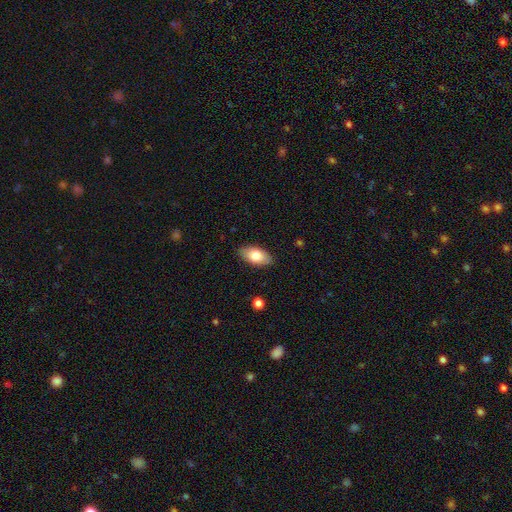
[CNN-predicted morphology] smooth-or-featured: smooth: 78% | featured or disk: 15% | star or artifact: 6%
  how-rounded: in between: 93% | cigar-shaped: 4% | round: 3%
  merging: none: 87% | minor disturbance: 10% | major disturbance: 2% | merger: 1%